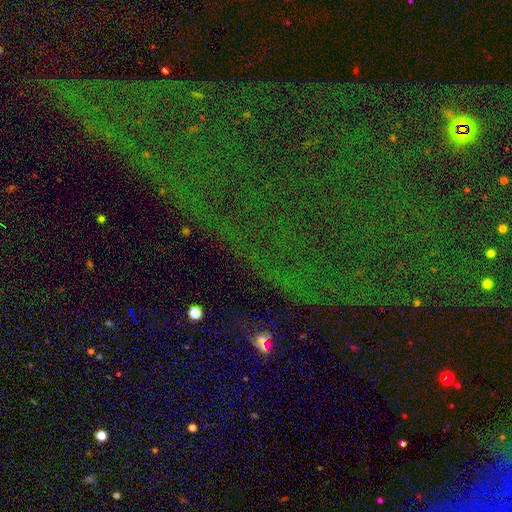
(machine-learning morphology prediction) type=star or artifact (83%).